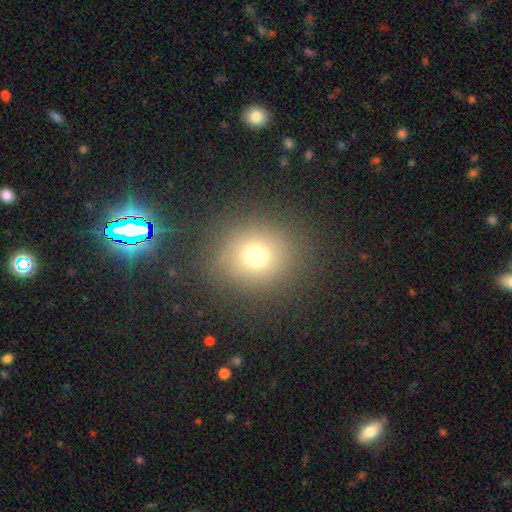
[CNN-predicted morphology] Smooth or featured?
  - smooth: 71% *
  - star or artifact: 19%
  - featured or disk: 10%
How rounded?
  - round: 81% *
  - in between: 18%
  - cigar-shaped: 1%
Merging?
  - none: 87% *
  - minor disturbance: 8%
  - major disturbance: 4%
  - merger: 2%